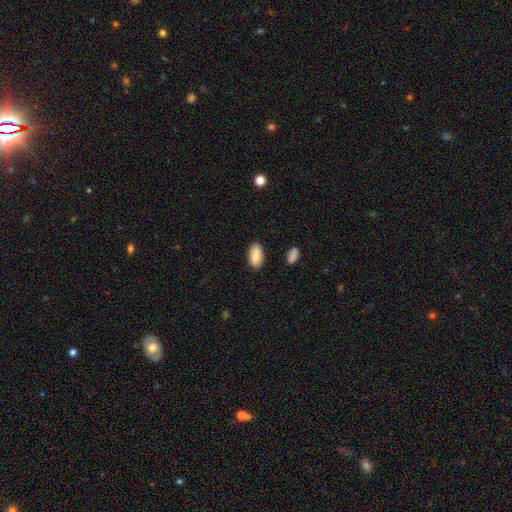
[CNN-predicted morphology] A smooth galaxy with no disk features (86%) that is in between round and cigar-shaped (93%).

Vote fractions:
- Smooth or featured? smooth: 86% / featured or disk: 8% / star or artifact: 6%
- How rounded? in between: 93% / cigar-shaped: 5% / round: 2%
- Merging? none: 86% / minor disturbance: 10% / major disturbance: 2% / merger: 2%